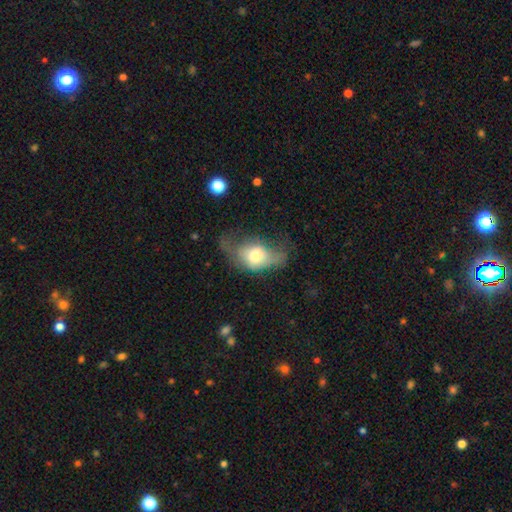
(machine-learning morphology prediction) This is possibly a smooth galaxy (60%). How rounded: likely in between (71%). Merging: marginally major disturbance (44%).